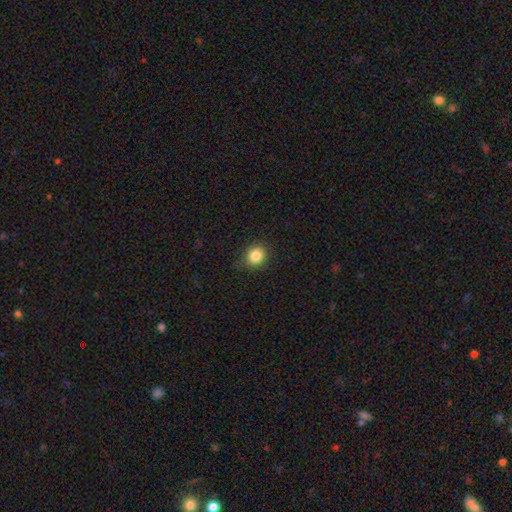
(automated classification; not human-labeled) smooth_or_featured: smooth (p=0.84) [alt: star or artifact p=0.11]
how_rounded: round (p=0.76) [alt: in between p=0.23]
merging: none (p=0.83) [alt: minor disturbance p=0.13]